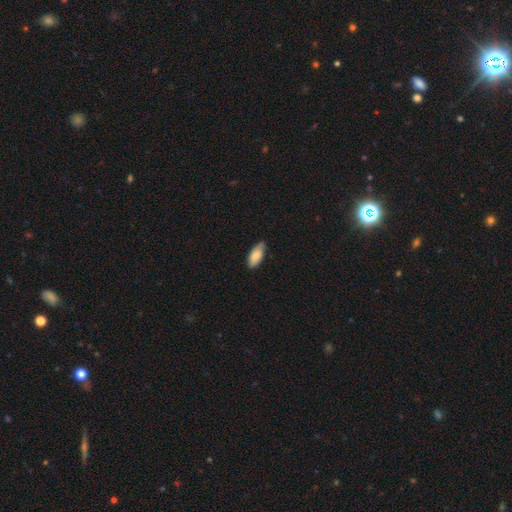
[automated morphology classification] Smooth or featured: smooth — 82% (featured or disk — 12%)
How rounded: in between — 86% (cigar-shaped — 12%)
Merging: none — 70% (minor disturbance — 26%)